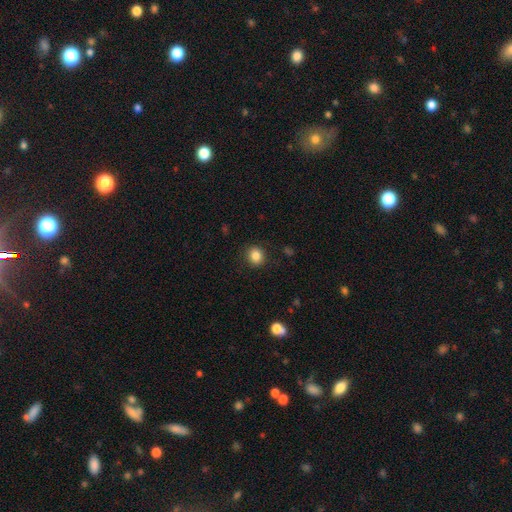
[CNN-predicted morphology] smooth 85%, star or artifact 10%, featured or disk 5%. Down the decision tree: how rounded — round (79%); merging — none (89%).